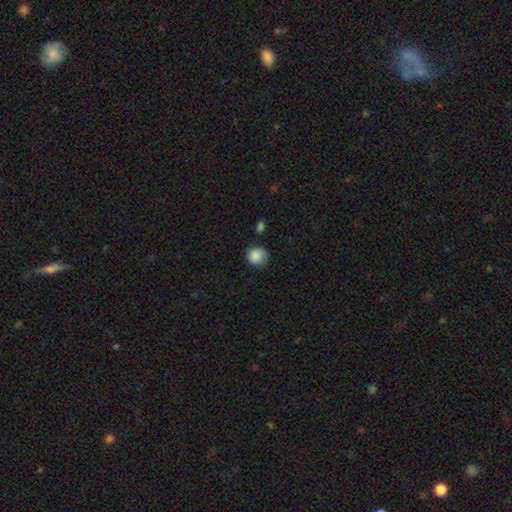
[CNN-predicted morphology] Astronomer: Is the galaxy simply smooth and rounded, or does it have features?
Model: smooth — 85%.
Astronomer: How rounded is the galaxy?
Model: round — 85%.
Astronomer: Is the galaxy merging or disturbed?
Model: none — 62%.